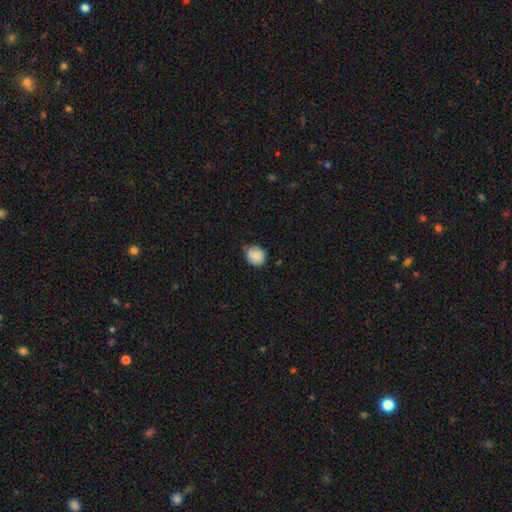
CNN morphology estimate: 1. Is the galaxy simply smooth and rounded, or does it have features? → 84% smooth, 8% featured or disk, 8% star or artifact.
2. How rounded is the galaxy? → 72% round, 27% in between, 1% cigar-shaped.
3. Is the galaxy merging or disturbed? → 62% none, 32% minor disturbance, 4% major disturbance, 1% merger.